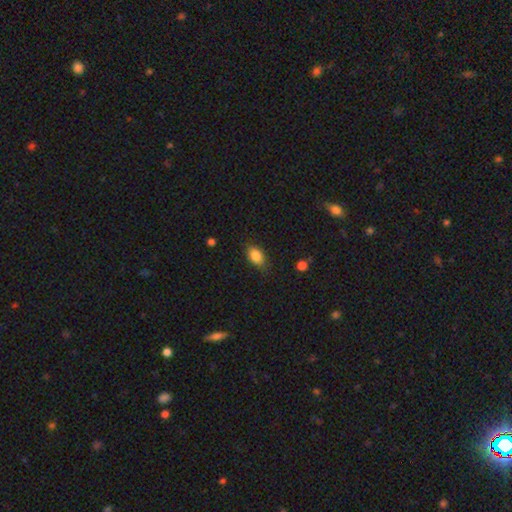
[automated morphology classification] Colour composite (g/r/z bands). It shows a smooth galaxy with no disk features (86%) that is in between round and cigar-shaped (85%). Merging: none (78%).